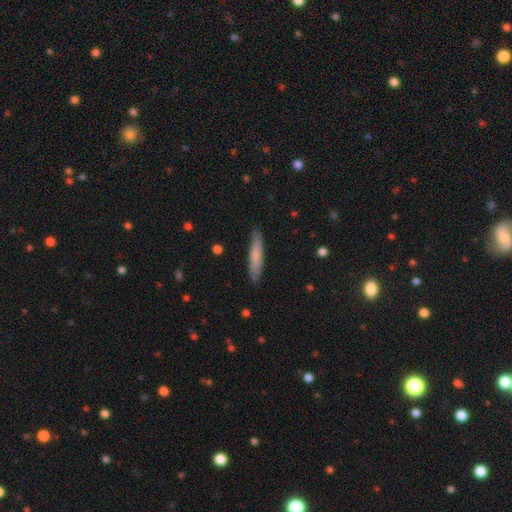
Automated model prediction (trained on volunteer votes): This is likely a smooth galaxy (73%). How rounded: clearly cigar-shaped (88%). Merging: clearly none (87%).